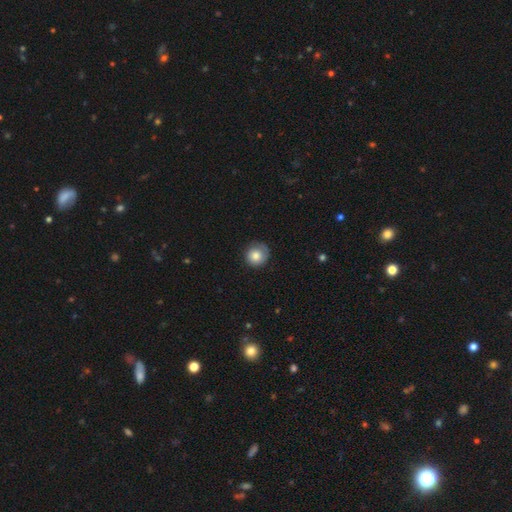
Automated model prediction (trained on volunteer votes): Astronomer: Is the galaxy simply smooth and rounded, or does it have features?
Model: smooth — 77%.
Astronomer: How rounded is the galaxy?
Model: round — 90%.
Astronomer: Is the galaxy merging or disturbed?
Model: none — 72%.